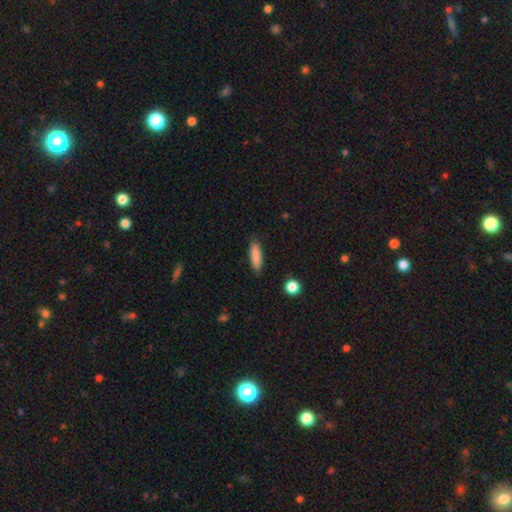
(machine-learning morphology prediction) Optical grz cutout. It shows a smooth galaxy with no disk features (86%) that is cigar-shaped (60%). Merging: none (86%).